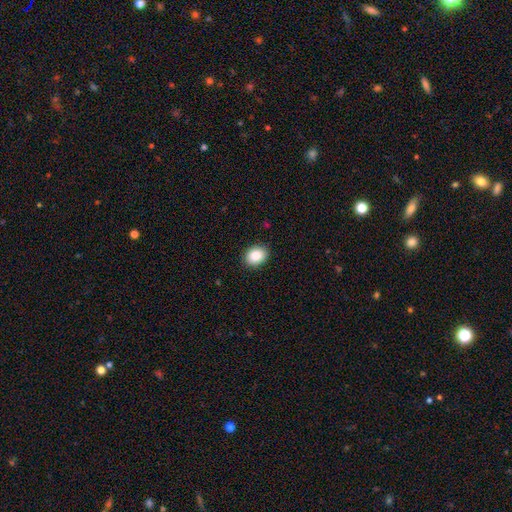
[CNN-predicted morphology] smooth_or_featured: smooth (p=0.86) [alt: star or artifact p=0.08]
how_rounded: in between (p=0.56) [alt: round p=0.43]
merging: none (p=0.89) [alt: minor disturbance p=0.08]